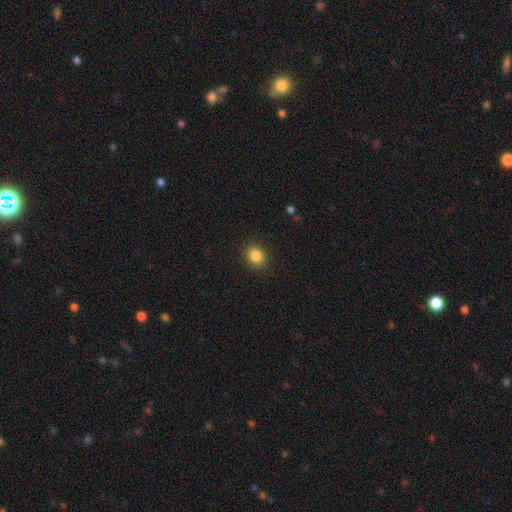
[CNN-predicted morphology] Smooth or featured? smooth (86%)
How rounded? round (63%)
Merging? none (89%)